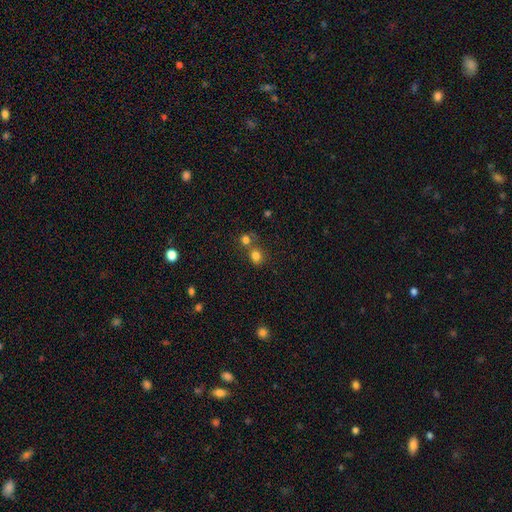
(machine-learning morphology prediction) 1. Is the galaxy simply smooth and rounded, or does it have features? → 78% smooth, 14% star or artifact, 7% featured or disk.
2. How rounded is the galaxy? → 68% round, 31% in between, 1% cigar-shaped.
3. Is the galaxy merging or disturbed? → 52% none, 36% merger, 9% minor disturbance, 4% major disturbance.